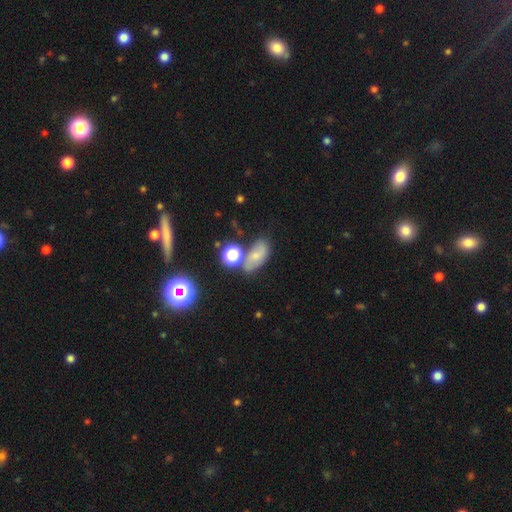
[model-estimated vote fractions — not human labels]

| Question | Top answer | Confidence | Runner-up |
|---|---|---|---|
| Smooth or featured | smooth | 55% | featured or disk (26%) |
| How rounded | in between | 76% | round (19%) |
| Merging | none | 53% | minor disturbance (20%) |